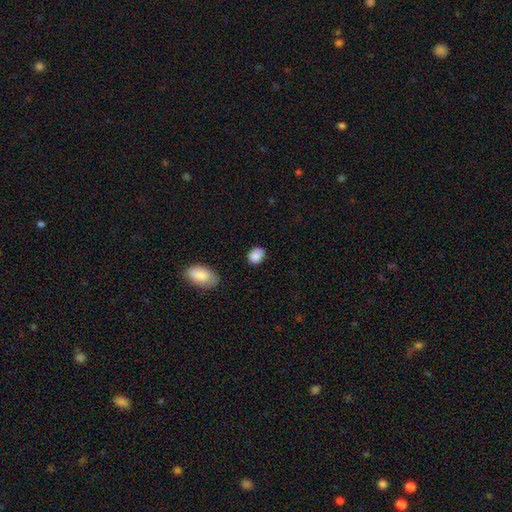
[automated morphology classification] Smooth or featured? Predicted: smooth (p=0.87). How rounded? Predicted: in between (p=0.65). Merging? Predicted: none (p=0.76).